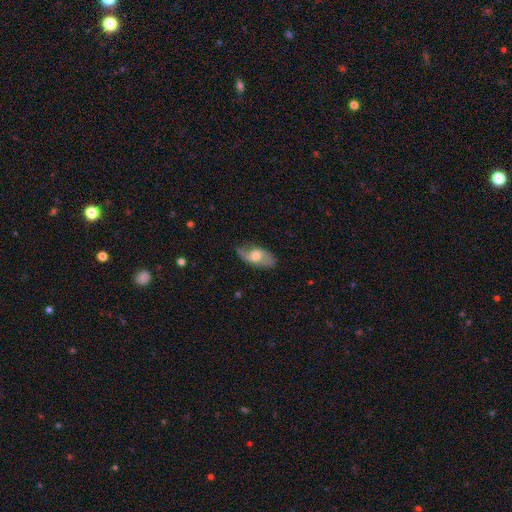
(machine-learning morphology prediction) smooth_or_featured: featured or disk (p=0.58) [alt: smooth p=0.36]
disk_edge_on: no (p=0.89) [alt: yes p=0.11]
bar: no (p=0.64) [alt: weak p=0.31]
has_spiral_arms: yes (p=0.82) [alt: no p=0.18]
bulge_size: moderate (p=0.61) [alt: small p=0.17]
merging: none (p=0.70) [alt: minor disturbance p=0.21]